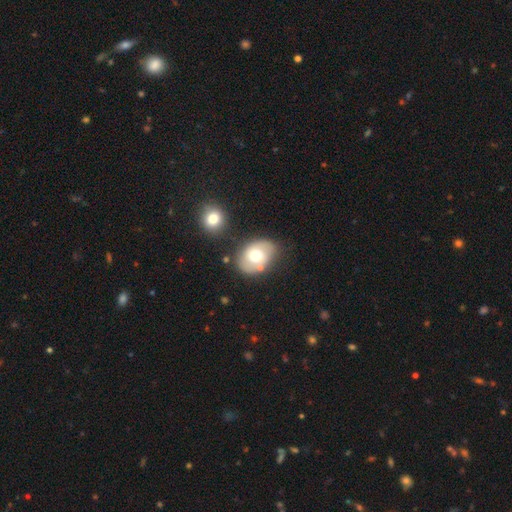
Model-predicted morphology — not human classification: Smooth or featured: smooth — 61% (featured or disk — 32%)
How rounded: in between — 68% (round — 31%)
Merging: none — 68% (minor disturbance — 16%)